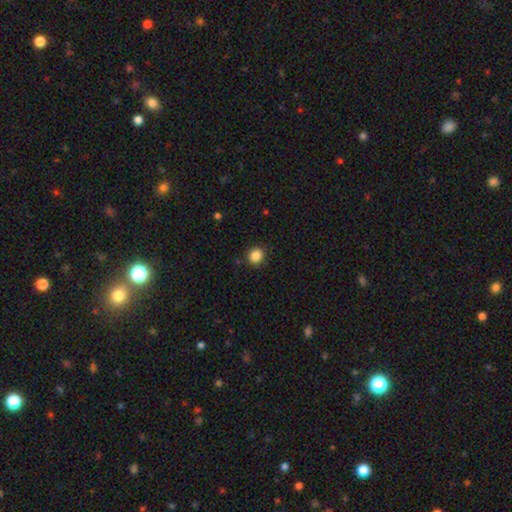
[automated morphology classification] A smooth galaxy with no disk features (86%) that is round (86%).

Vote fractions:
- Smooth or featured? smooth: 86% / star or artifact: 11% / featured or disk: 4%
- How rounded? round: 86% / in between: 13% / cigar-shaped: 1%
- Merging? none: 88% / minor disturbance: 8% / major disturbance: 2% / merger: 2%